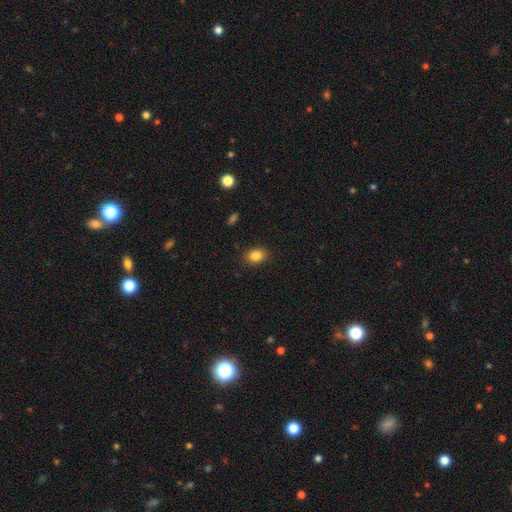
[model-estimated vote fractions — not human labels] This is clearly a smooth galaxy (85%). How rounded: likely in between (67%). Merging: clearly none (87%).